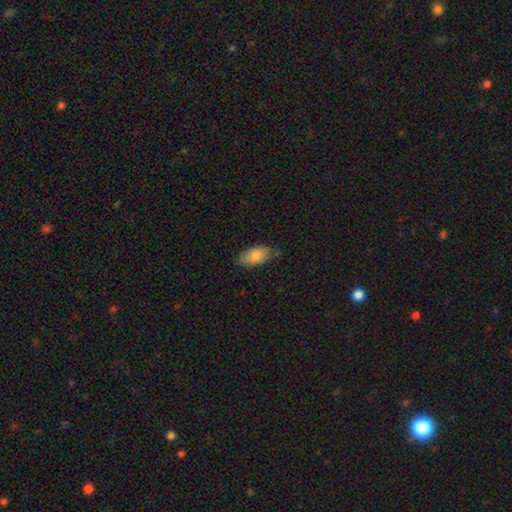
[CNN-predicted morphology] Smooth or featured? smooth (83%)
How rounded? in between (93%)
Merging? none (72%)